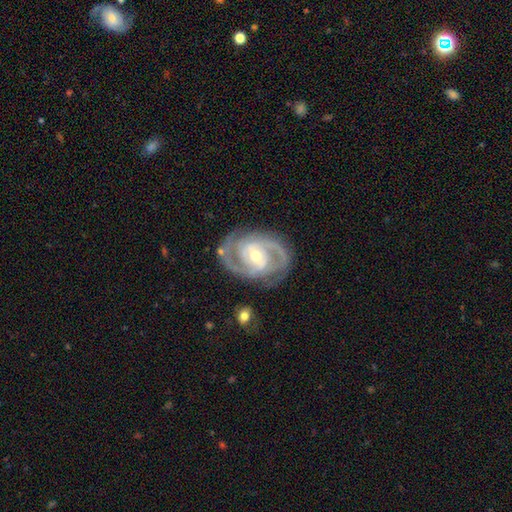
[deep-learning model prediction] The model was most divided on "bulge size": moderate: 52%, small: 44%, large: 2%, none: 1%, dominant: 1%. Remaining: spiral arms — yes (98%); edge-on disk — no (97%); smooth or featured — featured or disk (92%); merging — none (78%); spiral arm count — 2 (76%); spiral winding — tight (53%); bar — weak (42%).